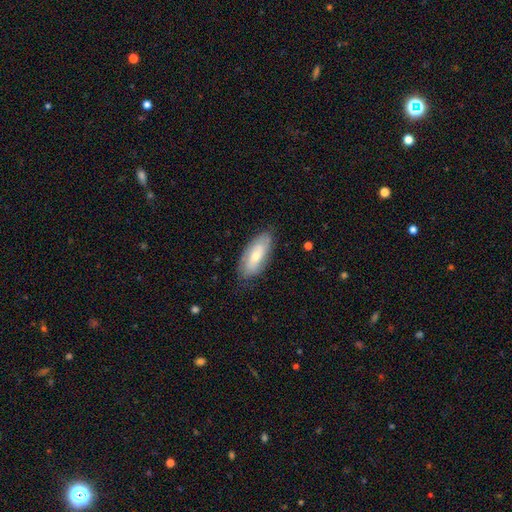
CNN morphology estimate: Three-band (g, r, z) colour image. It shows a smooth galaxy with no disk features (50%). Merging: none (78%).